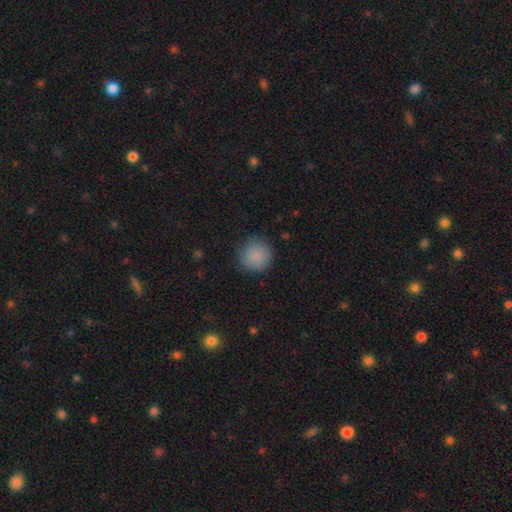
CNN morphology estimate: This appears to be a smooth galaxy with no disk features (86%) that is round (93%). Merging: none (84%).